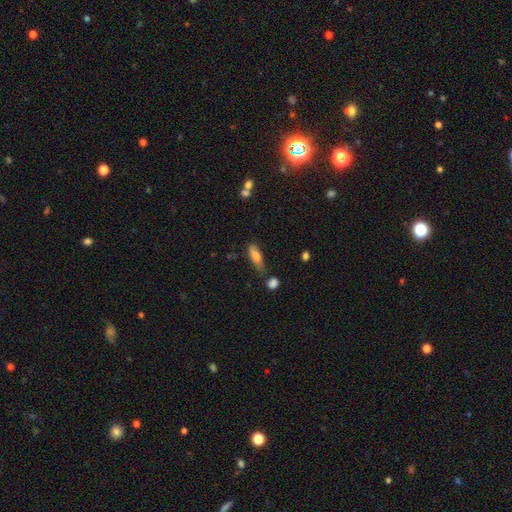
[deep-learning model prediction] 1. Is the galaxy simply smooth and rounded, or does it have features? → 77% smooth, 15% featured or disk, 8% star or artifact.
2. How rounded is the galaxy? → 60% in between, 38% cigar-shaped, 3% round.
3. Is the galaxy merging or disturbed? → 58% none, 28% minor disturbance, 8% major disturbance, 7% merger.